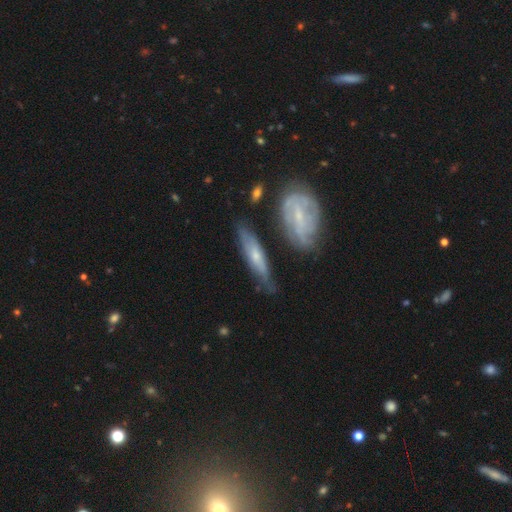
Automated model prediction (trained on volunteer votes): Smooth or featured? Predicted: featured or disk (p=0.59). Edge-on disk? Predicted: yes (p=0.52). Merging? Predicted: none (p=0.63).